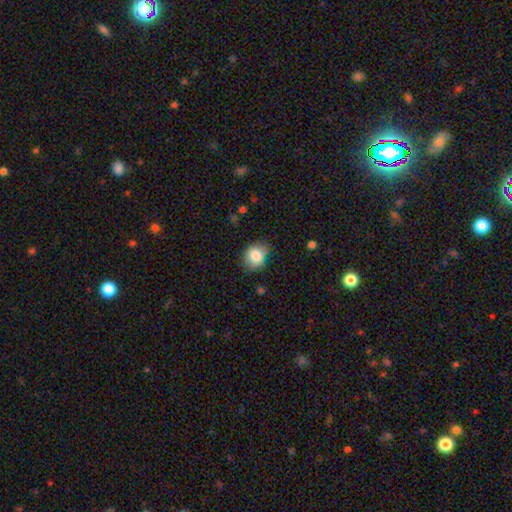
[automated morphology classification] Q: Smooth or featured?
A: smooth (82%); runner-up: star or artifact (9%)
Q: How rounded?
A: round (59%); runner-up: in between (40%)
Q: Merging?
A: none (66%); runner-up: minor disturbance (26%)